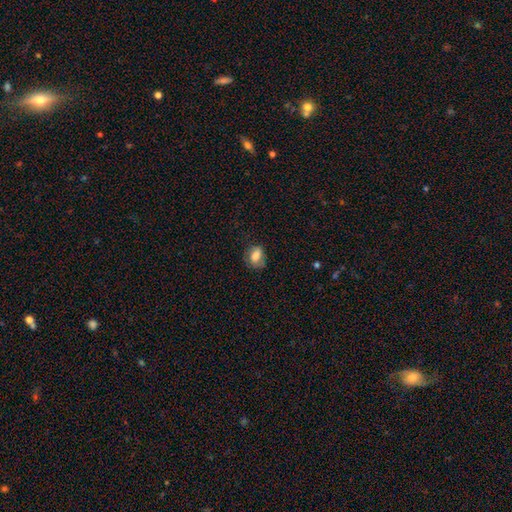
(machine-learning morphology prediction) Smooth or featured: smooth — 80% (featured or disk — 12%)
How rounded: in between — 70% (round — 28%)
Merging: none — 60% (minor disturbance — 27%)